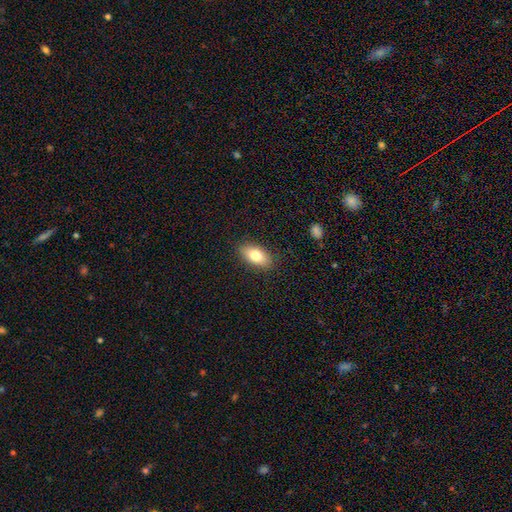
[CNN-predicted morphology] A smooth galaxy with no disk features (78%) that is in between round and cigar-shaped (90%). Merging: none (87%).